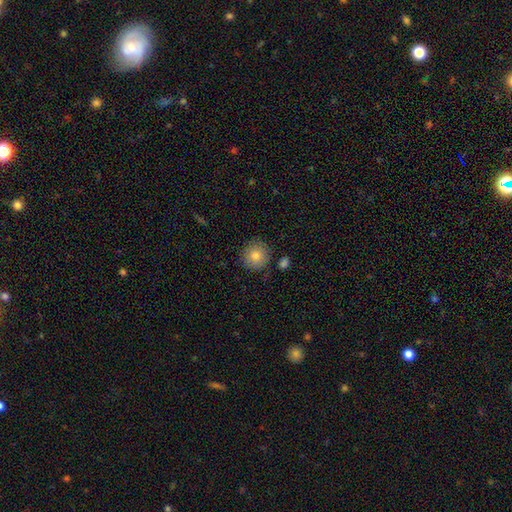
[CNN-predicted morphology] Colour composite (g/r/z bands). It shows a smooth galaxy with no disk features (82%) that is round (93%). Merging: none (85%).